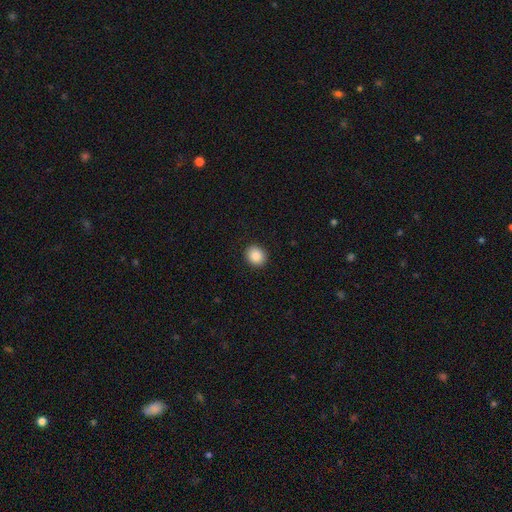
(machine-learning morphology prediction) smooth_or_featured: smooth (p=0.88) [alt: star or artifact p=0.08]
how_rounded: round (p=0.75) [alt: in between p=0.24]
merging: none (p=0.91) [alt: minor disturbance p=0.06]